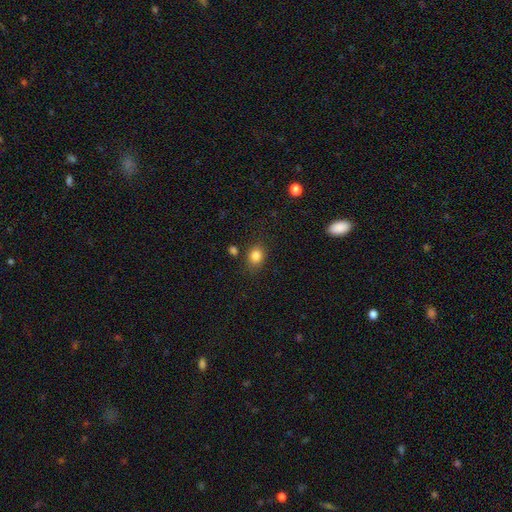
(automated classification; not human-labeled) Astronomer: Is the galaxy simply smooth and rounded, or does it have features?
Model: smooth — 84%.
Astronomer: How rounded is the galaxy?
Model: round — 50% (runner-up: in between, 48%).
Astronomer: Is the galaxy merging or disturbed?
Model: none — 79%.